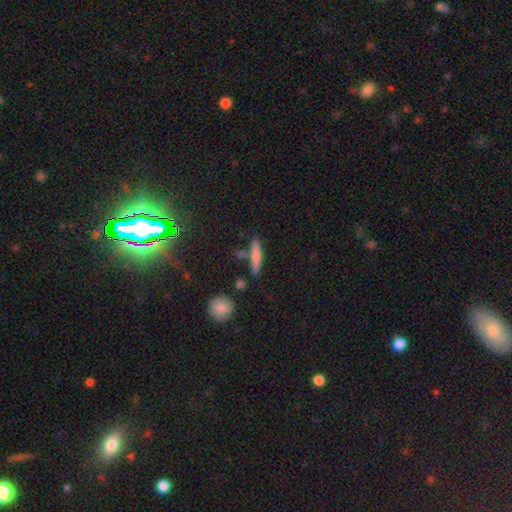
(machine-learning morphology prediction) Q: Smooth or featured?
A: smooth (64%); runner-up: featured or disk (28%)
Q: How rounded?
A: cigar-shaped (86%); runner-up: in between (12%)
Q: Merging?
A: none (74%); runner-up: minor disturbance (13%)